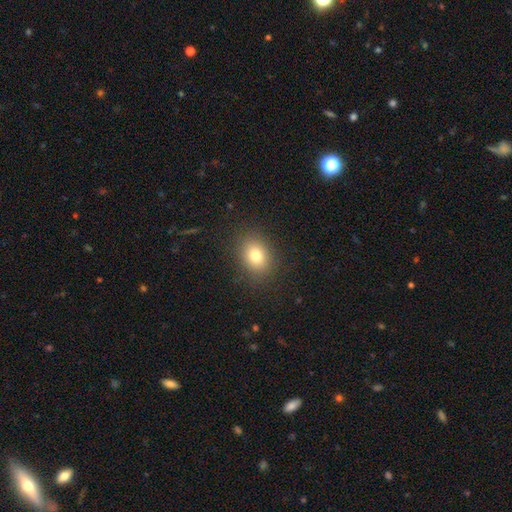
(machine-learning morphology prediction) smooth_or_featured: smooth (p=0.79) [alt: star or artifact p=0.12]
how_rounded: in between (p=0.58) [alt: round p=0.41]
merging: none (p=0.87) [alt: minor disturbance p=0.09]